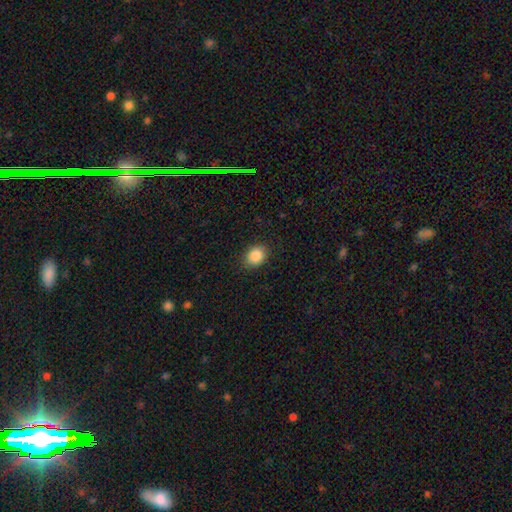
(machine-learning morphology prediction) The model was most divided on "how rounded": in between: 60%, round: 39%, cigar-shaped: 1%. More confident: smooth or featured — smooth (88%); merging — none (87%).